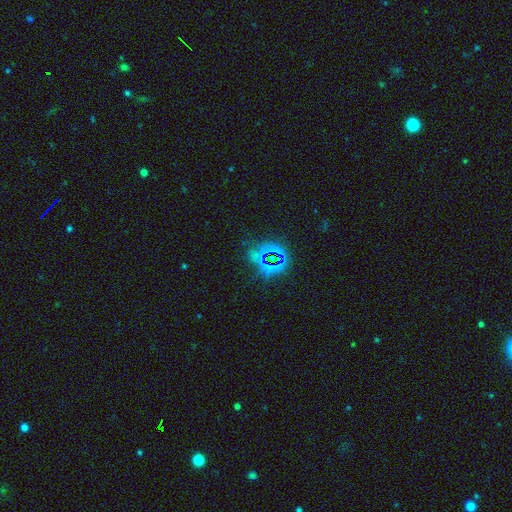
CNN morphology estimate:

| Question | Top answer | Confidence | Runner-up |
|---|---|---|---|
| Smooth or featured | star or artifact | 70% | smooth (19%) |